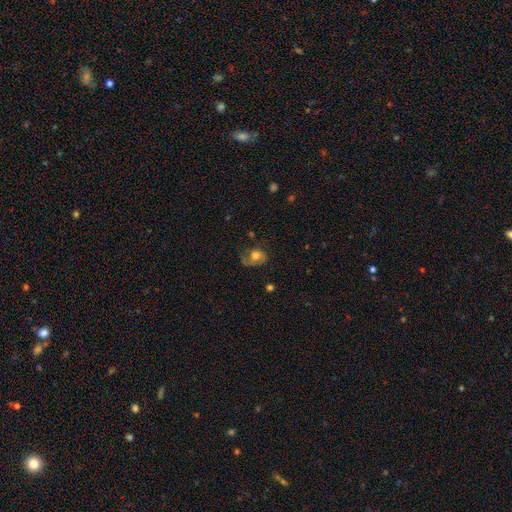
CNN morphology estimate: This is possibly a smooth galaxy (49%). Merging: possibly none (48%).